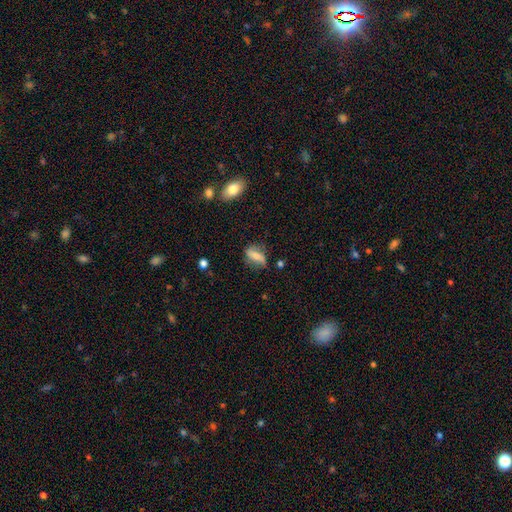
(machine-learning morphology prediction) This is possibly a smooth galaxy (58%). How rounded: likely in between (74%). Merging: likely none (64%).